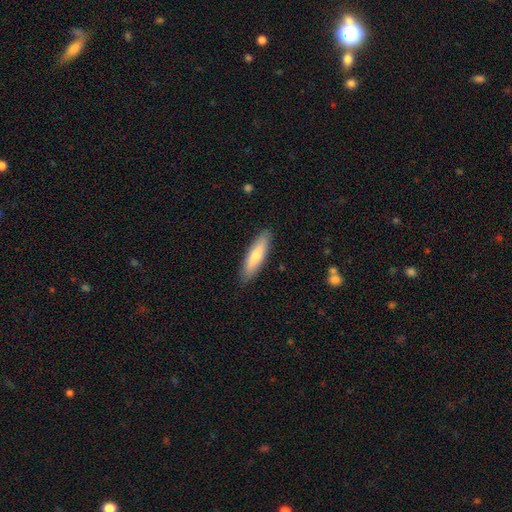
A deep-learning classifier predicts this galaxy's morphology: type=smooth (72%); roundness=cigar-shaped (65%); merging=none (88%).